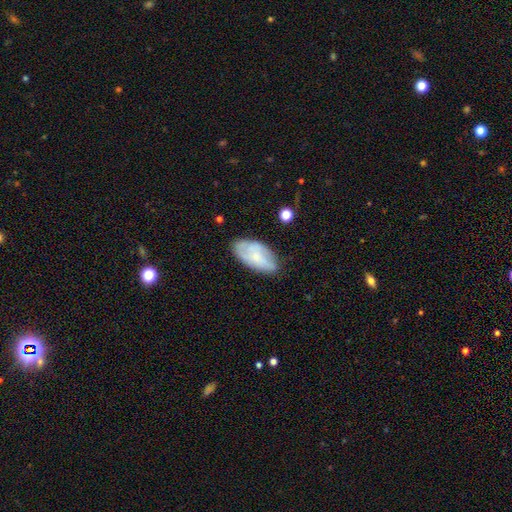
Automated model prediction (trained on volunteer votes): smooth-or-featured: smooth: 53% | featured or disk: 40% | star or artifact: 7%
  how-rounded: in between: 93% | cigar-shaped: 4% | round: 3%
  merging: none: 66% | minor disturbance: 25% | major disturbance: 7% | merger: 2%